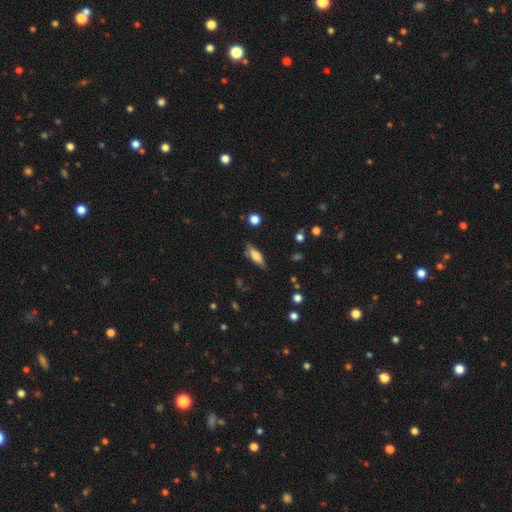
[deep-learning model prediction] A smooth galaxy with no disk features (57%) that is in between round and cigar-shaped (53%).

Vote fractions:
- Smooth or featured? smooth: 57% / featured or disk: 35% / star or artifact: 8%
- How rounded? in between: 53% / cigar-shaped: 44% / round: 3%
- Merging? none: 76% / minor disturbance: 17% / major disturbance: 4% / merger: 2%